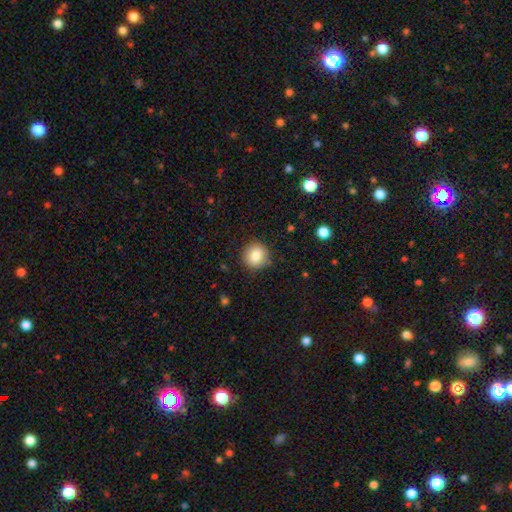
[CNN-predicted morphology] type=smooth (85%); roundness=round (91%); merging=none (87%).